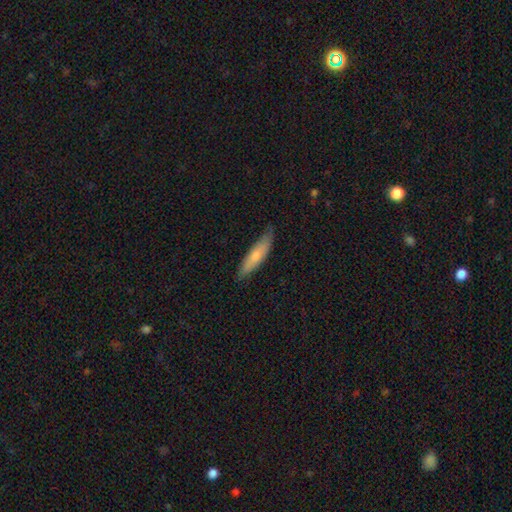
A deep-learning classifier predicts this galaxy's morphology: A smooth galaxy with no disk features (70%) that is cigar-shaped (75%).

Vote fractions:
- Smooth or featured? smooth: 70% / featured or disk: 25% / star or artifact: 5%
- How rounded? cigar-shaped: 75% / in between: 24% / round: 2%
- Merging? none: 80% / minor disturbance: 17% / major disturbance: 2% / merger: 1%